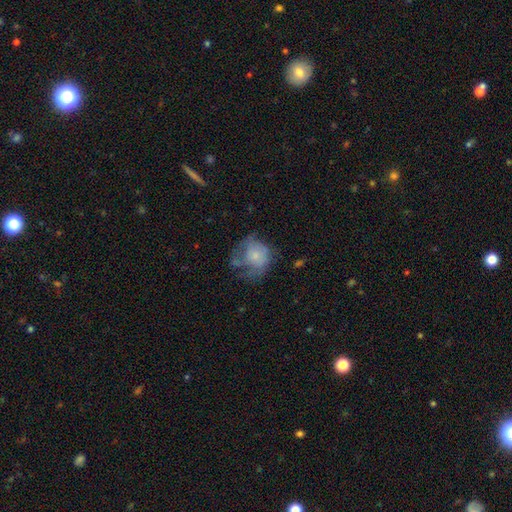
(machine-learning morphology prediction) This appears to be a smooth galaxy with no disk features (49%). Merging: major disturbance (40%).